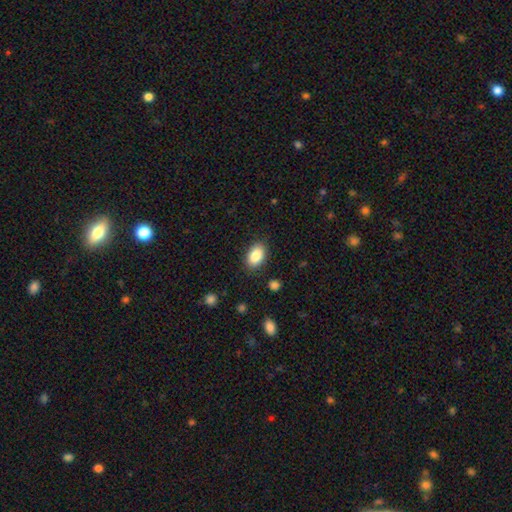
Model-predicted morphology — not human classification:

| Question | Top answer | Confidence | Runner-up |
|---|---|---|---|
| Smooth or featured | smooth | 86% | star or artifact (8%) |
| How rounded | in between | 88% | round (10%) |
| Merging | none | 86% | minor disturbance (10%) |